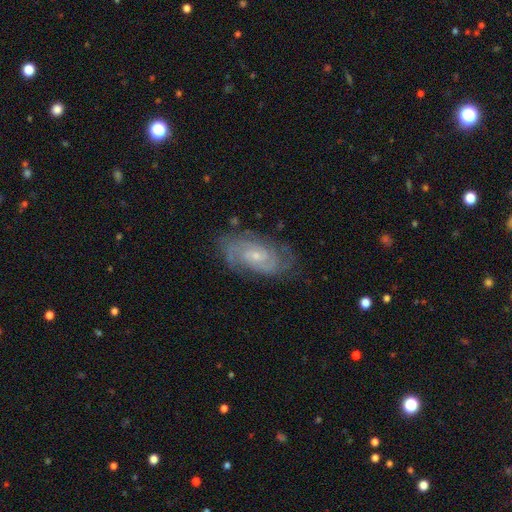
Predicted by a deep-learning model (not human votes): featured or disk 83%, smooth 11%, star or artifact 7%. Down the decision tree: edge-on disk — no (95%); bar — no (60%); spiral arms — yes (95%); spiral arm count — 2 (50%); spiral winding — tight (60%); bulge size — small (70%); merging — none (75%).